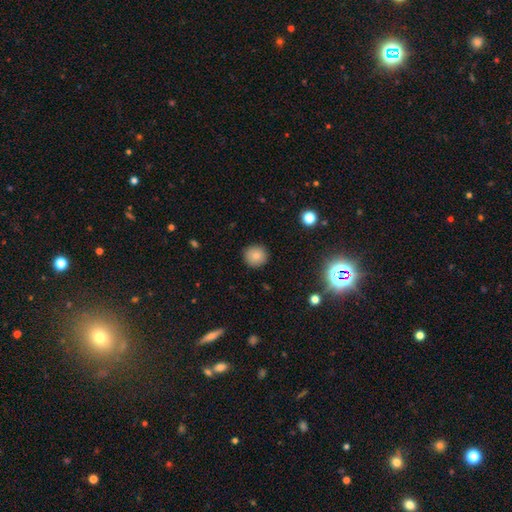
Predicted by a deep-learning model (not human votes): Smooth or featured: smooth — 81% (star or artifact — 11%)
How rounded: round — 93% (in between — 6%)
Merging: none — 91% (minor disturbance — 6%)